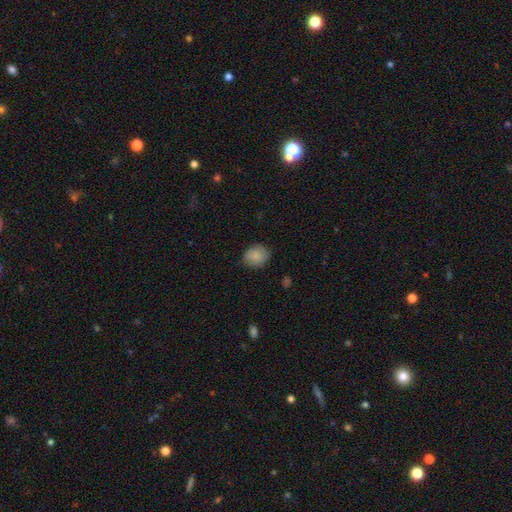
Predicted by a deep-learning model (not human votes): Morphology: type=smooth (85%); roundness=round (55%); merging=none (77%).